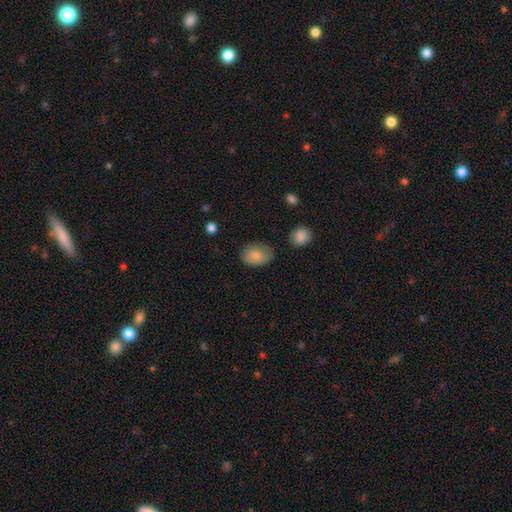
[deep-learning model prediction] Smooth or featured? Predicted: smooth (p=0.84). How rounded? Predicted: in between (p=0.79). Merging? Predicted: none (p=0.74).